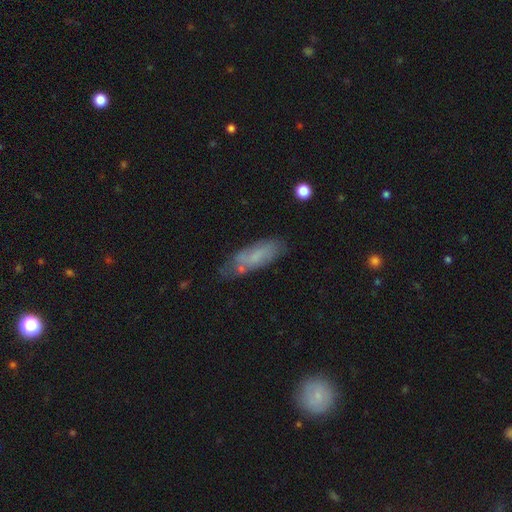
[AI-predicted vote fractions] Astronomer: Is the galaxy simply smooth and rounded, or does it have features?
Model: smooth — 60%.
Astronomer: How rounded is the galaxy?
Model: in between — 56% (runner-up: cigar-shaped, 42%).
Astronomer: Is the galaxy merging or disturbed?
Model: none — 59%.